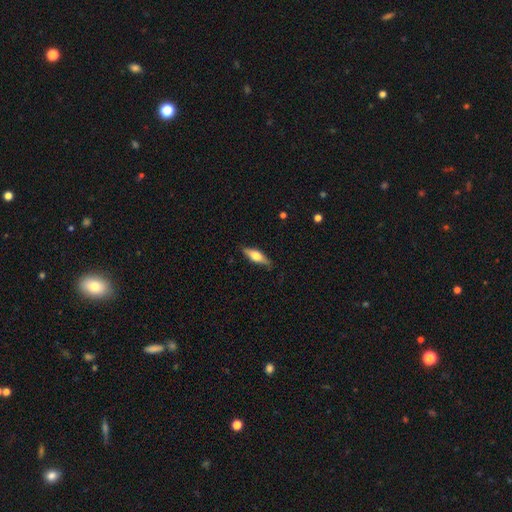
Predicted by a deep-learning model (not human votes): smooth 50%, featured or disk 44%, star or artifact 6%. Down the decision tree: how rounded — cigar-shaped (51%); merging — none (81%).